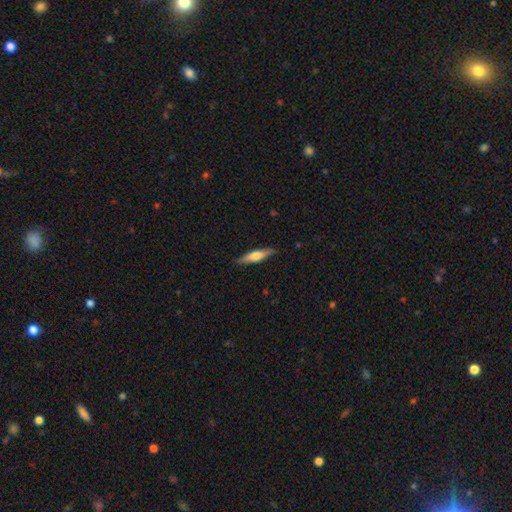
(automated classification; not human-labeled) Overall: smooth (48%; featured or disk 46%). Merging: none (88%).